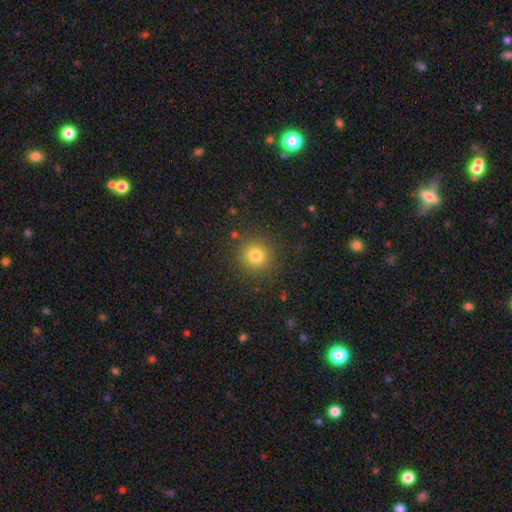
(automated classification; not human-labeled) Smooth or featured: smooth — 79% (star or artifact — 15%)
How rounded: round — 93% (in between — 6%)
Merging: none — 89% (minor disturbance — 7%)